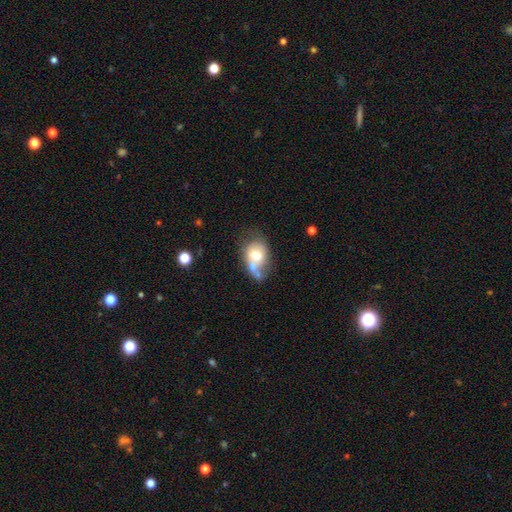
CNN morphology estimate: This appears to be a smooth galaxy with no disk features (60%) that is in between round and cigar-shaped (64%). Merging: merger (34%).